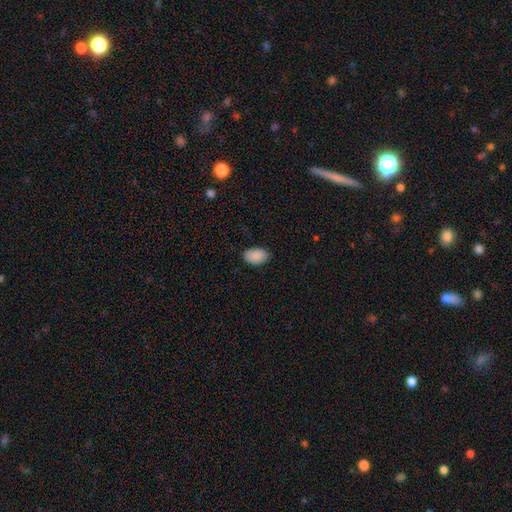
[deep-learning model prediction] This is clearly a smooth galaxy (90%). How rounded: clearly in between (90%). Merging: clearly none (83%).